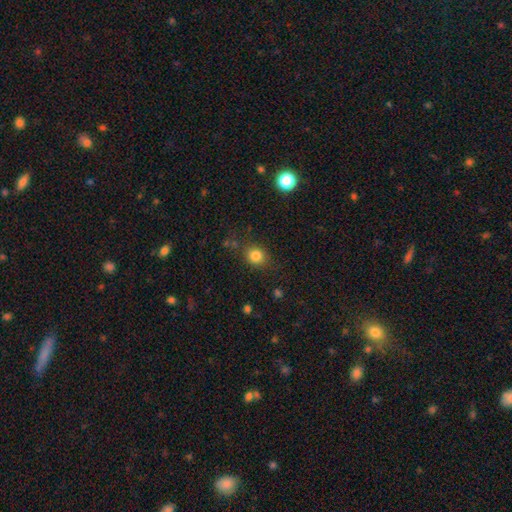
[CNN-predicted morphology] Overall: smooth (82%). How rounded: round (73%). Merging: none (81%).